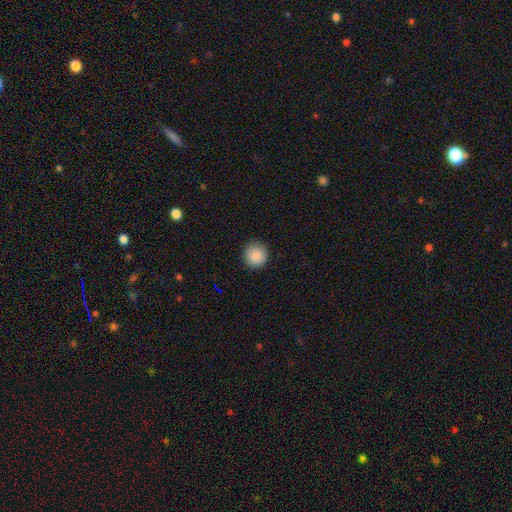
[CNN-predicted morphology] The model was most divided on "smooth or featured": smooth: 88%, star or artifact: 8%, featured or disk: 4%. More confident: how rounded — round (94%); merging — none (90%).